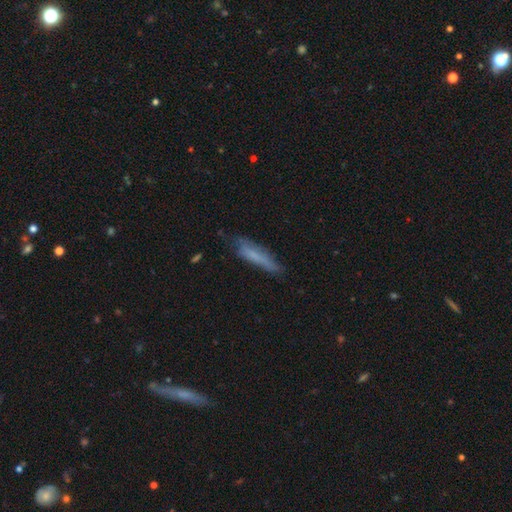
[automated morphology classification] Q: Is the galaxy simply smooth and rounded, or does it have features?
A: smooth — 63%.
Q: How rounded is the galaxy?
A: cigar-shaped — 83%.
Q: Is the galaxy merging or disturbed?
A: none — 63%.